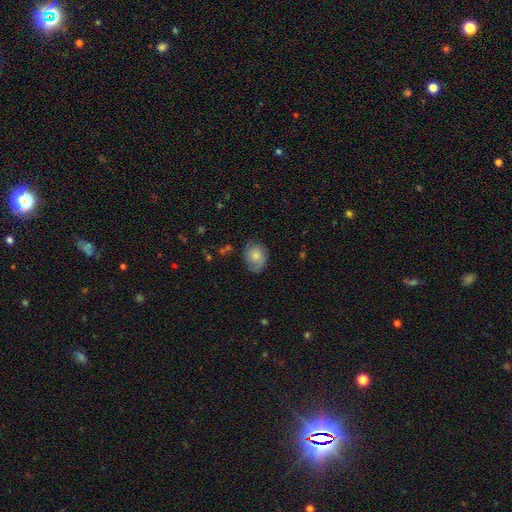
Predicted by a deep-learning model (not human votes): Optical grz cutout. It shows a smooth galaxy with no disk features (69%) that is in between round and cigar-shaped (56%). Merging: none (68%).